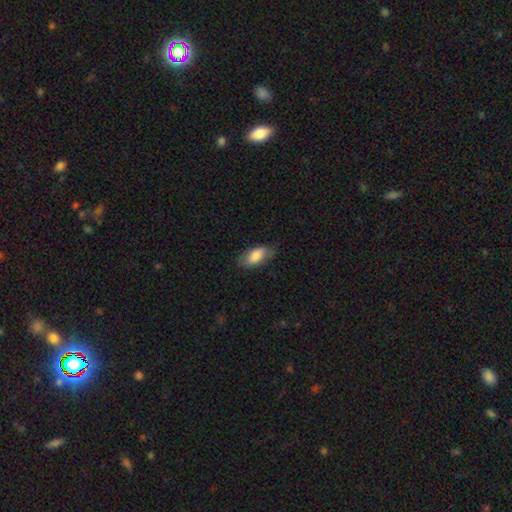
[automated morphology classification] Smooth or featured? smooth (82%)
How rounded? in between (90%)
Merging? none (74%)